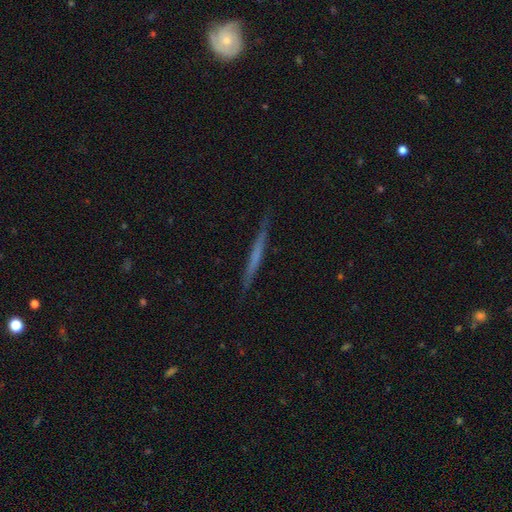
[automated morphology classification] featured or disk 51%, smooth 43%, star or artifact 6%. Down the decision tree: edge-on disk — yes (97%); merging — none (89%).